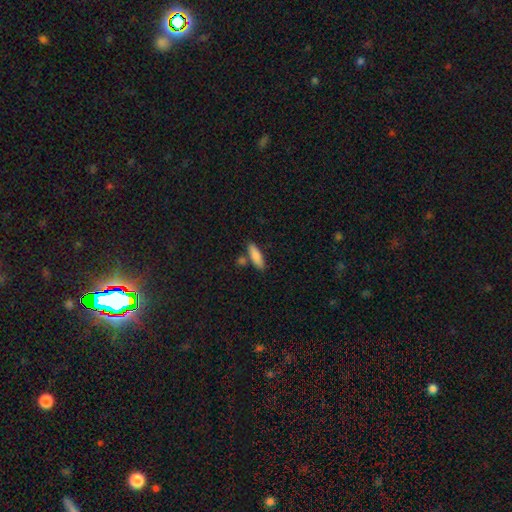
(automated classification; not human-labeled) Smooth or featured?
  - smooth: 85% *
  - featured or disk: 8%
  - star or artifact: 6%
How rounded?
  - in between: 50% *
  - cigar-shaped: 48%
  - round: 2%
Merging?
  - none: 74% *
  - merger: 12%
  - minor disturbance: 12%
  - major disturbance: 3%